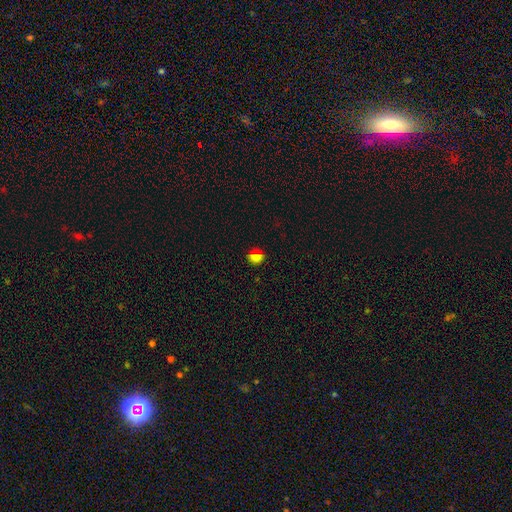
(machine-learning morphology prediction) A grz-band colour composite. It shows a smooth galaxy with no disk features (70%) that is round (71%). Merging: none (86%).